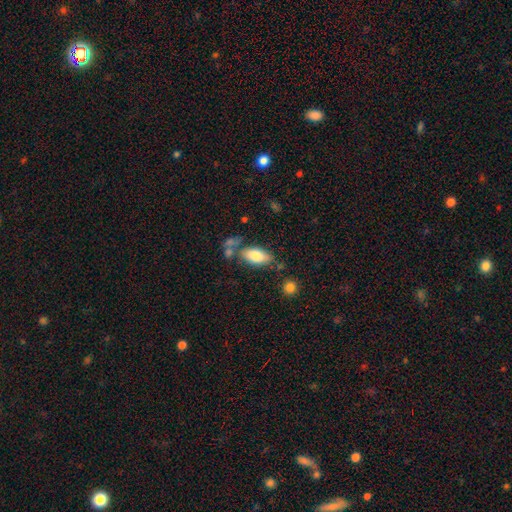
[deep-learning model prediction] This is likely a smooth galaxy (80%). How rounded: clearly in between (90%). Merging: likely none (65%).